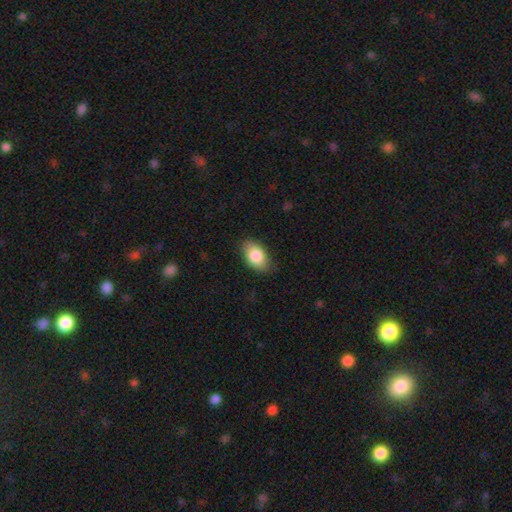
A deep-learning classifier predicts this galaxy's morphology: Smooth or featured?
  - smooth: 84% *
  - featured or disk: 10%
  - star or artifact: 7%
How rounded?
  - in between: 92% *
  - round: 7%
  - cigar-shaped: 2%
Merging?
  - none: 81% *
  - minor disturbance: 15%
  - major disturbance: 3%
  - merger: 1%